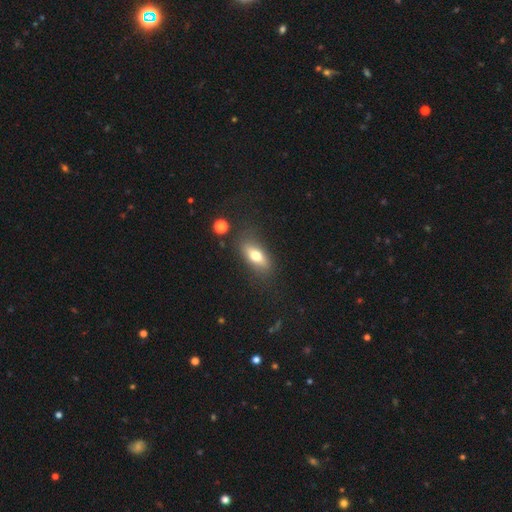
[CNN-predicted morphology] Q: Smooth or featured?
A: smooth (64%); runner-up: featured or disk (28%)
Q: How rounded?
A: in between (71%); runner-up: cigar-shaped (24%)
Q: Merging?
A: none (76%); runner-up: minor disturbance (15%)